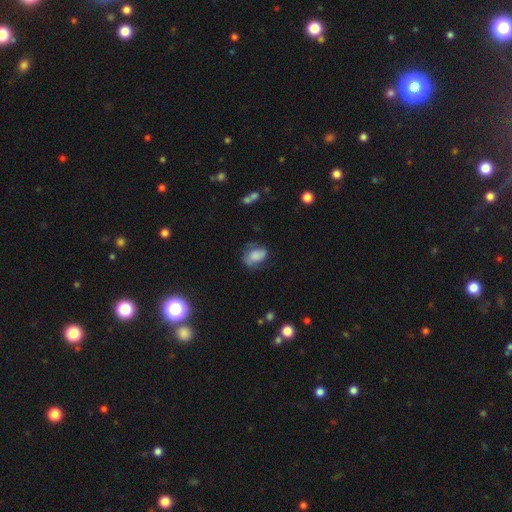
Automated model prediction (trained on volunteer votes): Smooth or featured: smooth — 61% (featured or disk — 29%)
How rounded: in between — 82% (round — 16%)
Merging: none — 53% (minor disturbance — 29%)